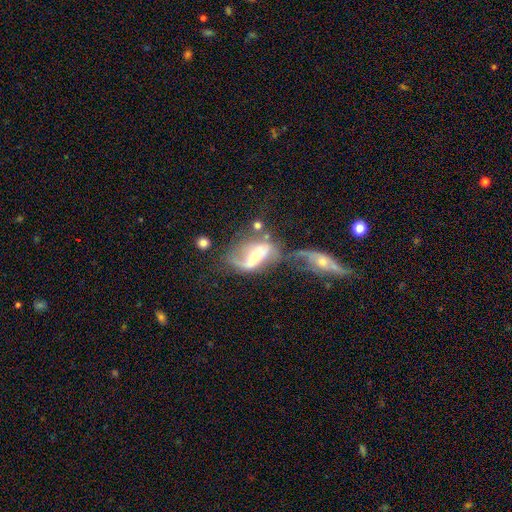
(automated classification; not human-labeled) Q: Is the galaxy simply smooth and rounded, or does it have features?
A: featured or disk — 69%.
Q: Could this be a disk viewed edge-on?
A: no — 91%.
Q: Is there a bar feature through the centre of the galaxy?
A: strong — 36%.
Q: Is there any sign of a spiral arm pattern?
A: yes — 76%.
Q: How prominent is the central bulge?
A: moderate — 40%, tied with small.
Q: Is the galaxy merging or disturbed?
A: merger — 45%.